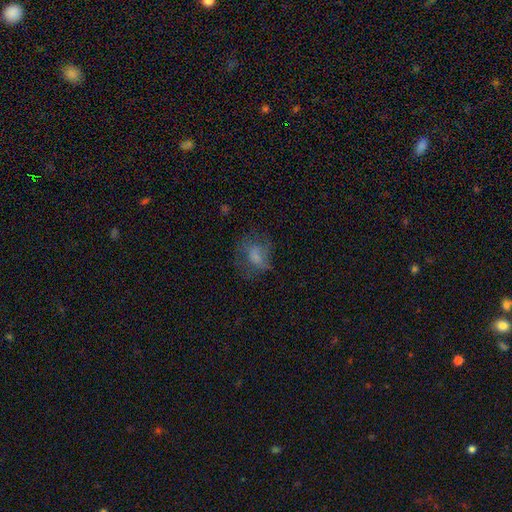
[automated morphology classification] Smooth or featured? smooth (62%)
How rounded? in between (59%)
Merging? none (48%)